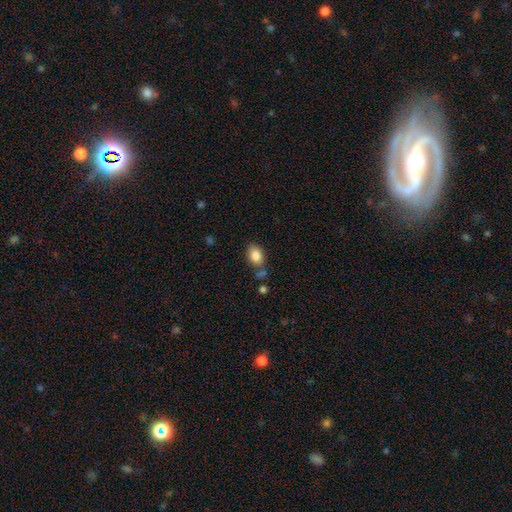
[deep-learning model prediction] This appears to be a smooth galaxy with no disk features (84%) that is in between round and cigar-shaped (79%). Merging: none (68%).